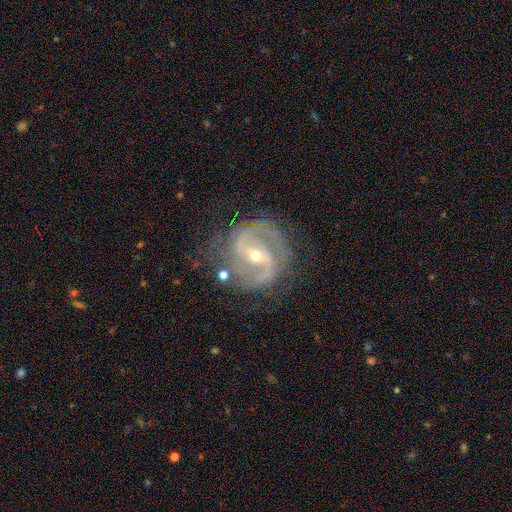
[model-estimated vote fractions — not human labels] featured or disk 91%, star or artifact 5%, smooth 4%. Down the decision tree: edge-on disk — no (98%); bar — weak (41%); spiral arms — yes (98%); spiral arm count — 2 (86%); spiral winding — medium (56%); bulge size — small (54%); merging — none (74%).